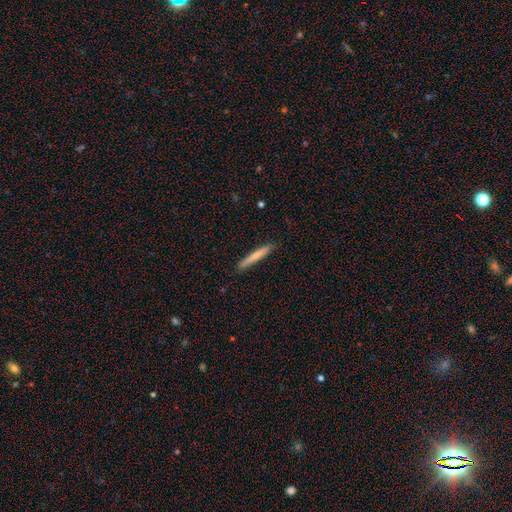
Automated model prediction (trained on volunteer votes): A smooth galaxy with no disk features (71%) that is cigar-shaped (96%).

Vote fractions:
- Smooth or featured? smooth: 71% / featured or disk: 24% / star or artifact: 6%
- How rounded? cigar-shaped: 96% / in between: 3% / round: 1%
- Merging? none: 89% / minor disturbance: 9% / major disturbance: 2% / merger: 1%